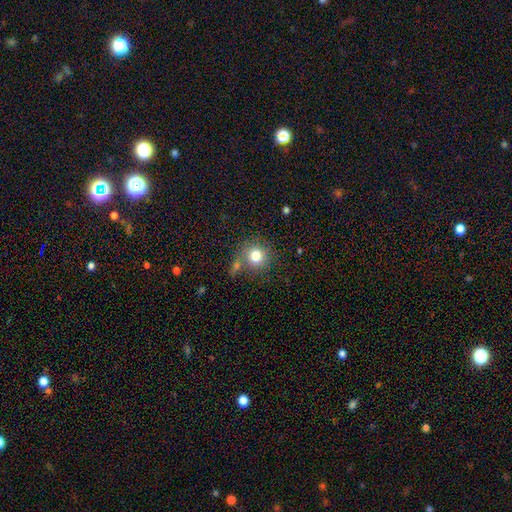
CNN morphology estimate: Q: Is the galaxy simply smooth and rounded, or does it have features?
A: smooth — 78%.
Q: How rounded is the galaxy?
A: round — 91%.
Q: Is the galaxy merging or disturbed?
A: none — 70%.